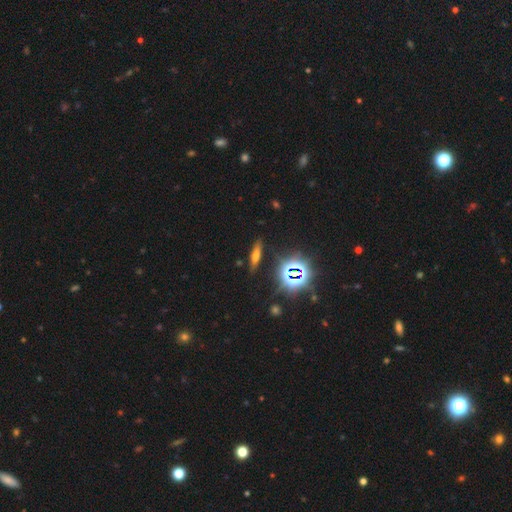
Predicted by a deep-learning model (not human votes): Smooth or featured?
  - smooth: 47% *
  - star or artifact: 29%
  - featured or disk: 23%
Merging?
  - none: 84% *
  - minor disturbance: 11%
  - major disturbance: 3%
  - merger: 2%